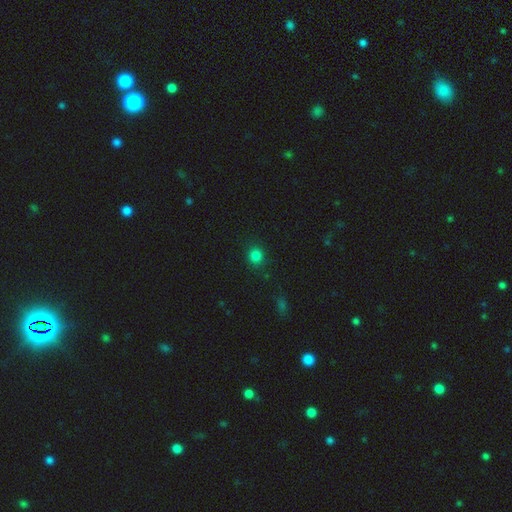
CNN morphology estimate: A smooth galaxy with no disk features (82%) that is round (87%). Merging: none (89%).